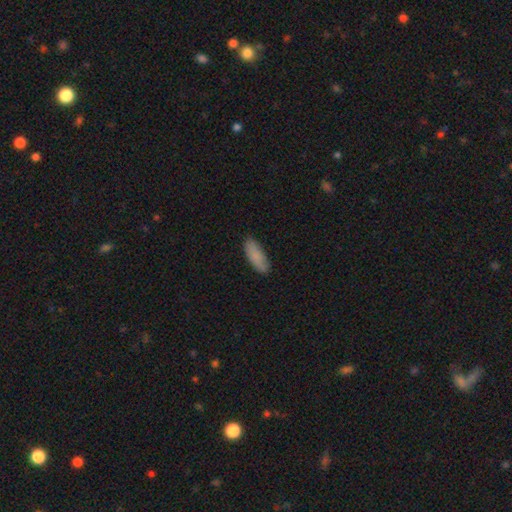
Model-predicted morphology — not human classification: Smooth or featured? smooth (87%)
How rounded? in between (70%)
Merging? none (87%)